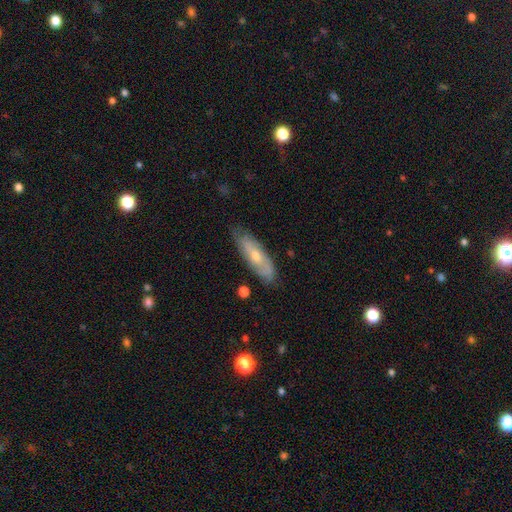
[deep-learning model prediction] Smooth or featured? featured or disk (53%)
Edge-on disk? no (66%)
Merging? none (78%)